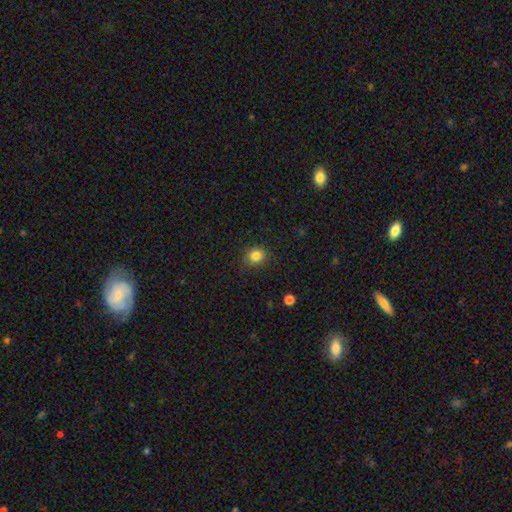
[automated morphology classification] Smooth or featured? Predicted: smooth (p=0.84). How rounded? Predicted: round (p=0.83). Merging? Predicted: none (p=0.87).